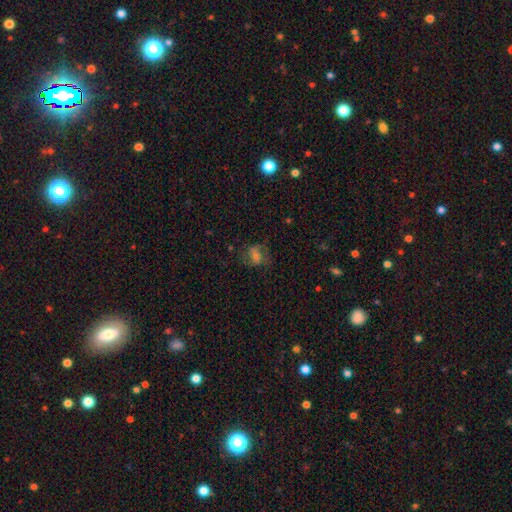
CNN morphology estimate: type=smooth (40%); merging=none (64%).